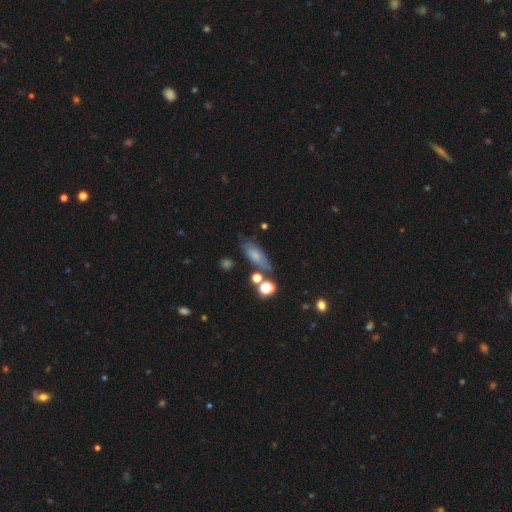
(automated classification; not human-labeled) Overall: smooth (68%). How rounded: in between (67%). Merging: none (55%; minor disturbance 23%).